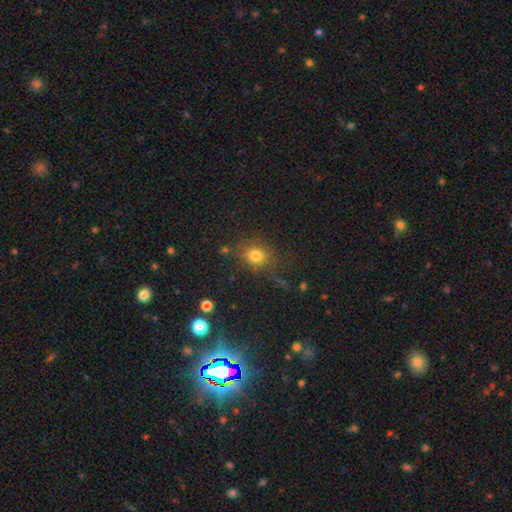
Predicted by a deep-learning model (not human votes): Morphology: type=smooth (77%); roundness=round (72%); merging=none (73%).